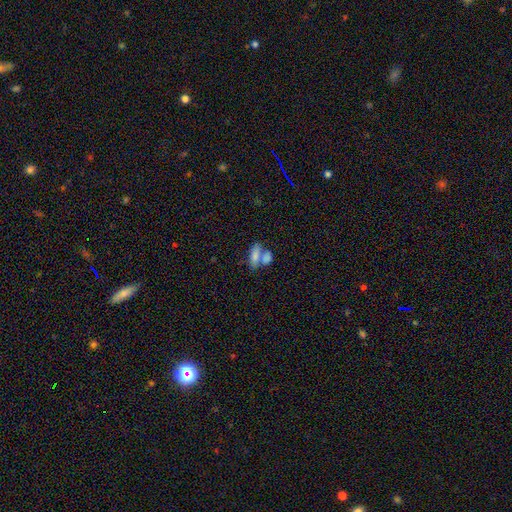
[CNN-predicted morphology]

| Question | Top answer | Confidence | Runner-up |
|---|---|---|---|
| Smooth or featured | smooth | 77% | featured or disk (15%) |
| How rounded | in between | 82% | cigar-shaped (13%) |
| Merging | merger | 58% | none (28%) |